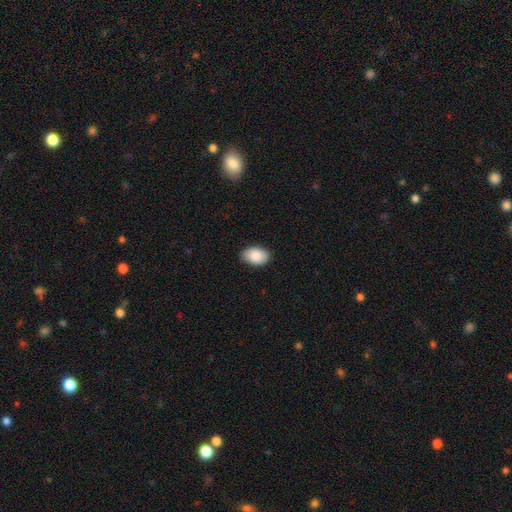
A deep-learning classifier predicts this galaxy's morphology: smooth_or_featured: smooth (p=0.89) [alt: star or artifact p=0.06]
how_rounded: in between (p=0.88) [alt: round p=0.11]
merging: none (p=0.86) [alt: minor disturbance p=0.11]